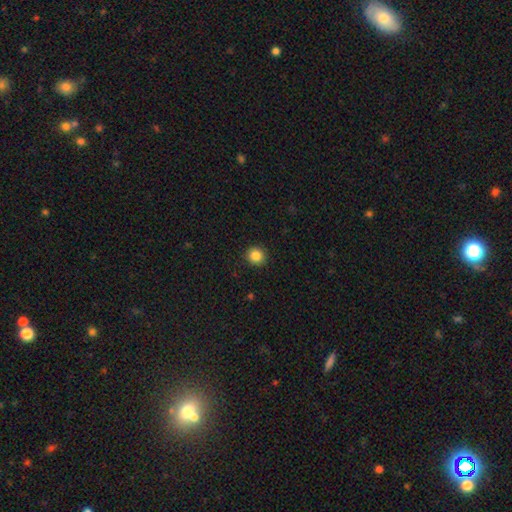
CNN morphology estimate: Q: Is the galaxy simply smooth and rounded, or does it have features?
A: smooth — 86%.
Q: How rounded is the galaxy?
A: round — 92%.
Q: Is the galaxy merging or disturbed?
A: none — 92%.